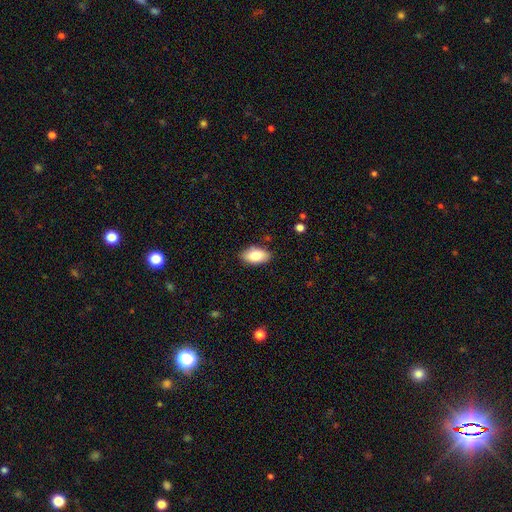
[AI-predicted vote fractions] Smooth or featured: smooth — 83% (featured or disk — 11%)
How rounded: in between — 93% (round — 4%)
Merging: none — 86% (minor disturbance — 11%)